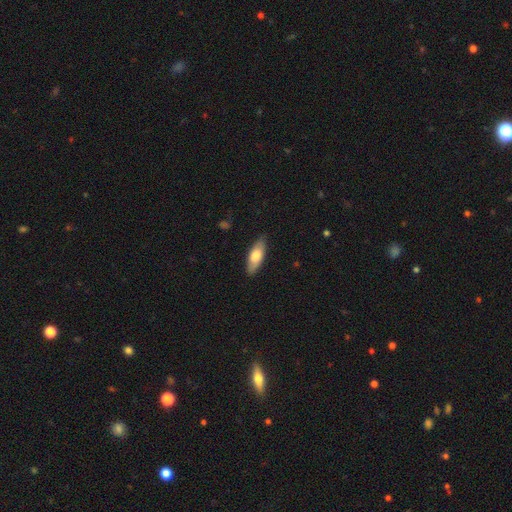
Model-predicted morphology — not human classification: smooth 69%, featured or disk 25%, star or artifact 5%. Down the decision tree: how rounded — in between (67%); merging — none (85%).